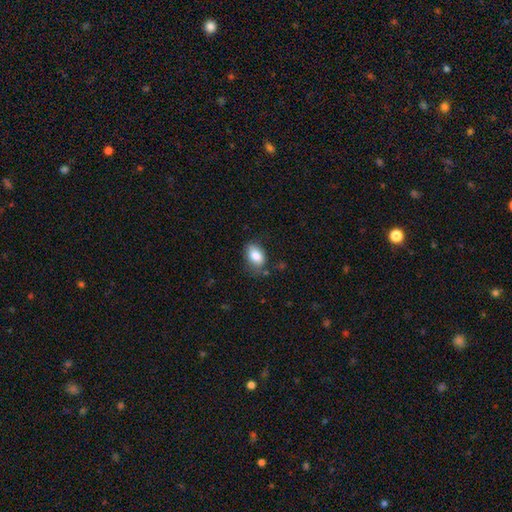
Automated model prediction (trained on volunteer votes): A smooth galaxy with no disk features (82%) that is in between round and cigar-shaped (84%).

Vote fractions:
- Smooth or featured? smooth: 82% / featured or disk: 10% / star or artifact: 8%
- How rounded? in between: 84% / round: 14% / cigar-shaped: 1%
- Merging? none: 71% / minor disturbance: 22% / major disturbance: 5% / merger: 3%